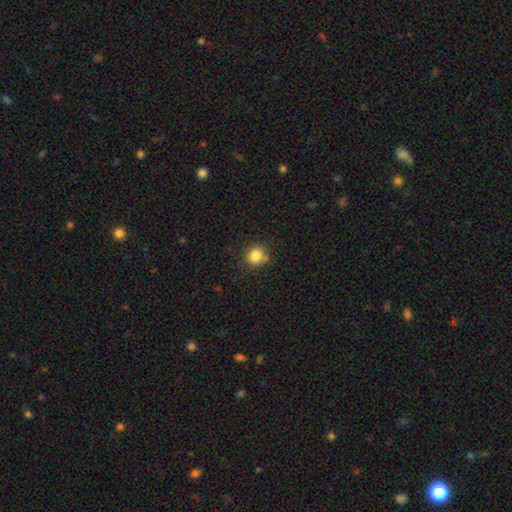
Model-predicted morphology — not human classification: Q: Smooth or featured?
A: smooth (83%); runner-up: star or artifact (11%)
Q: How rounded?
A: round (84%); runner-up: in between (15%)
Q: Merging?
A: none (76%); runner-up: minor disturbance (13%)